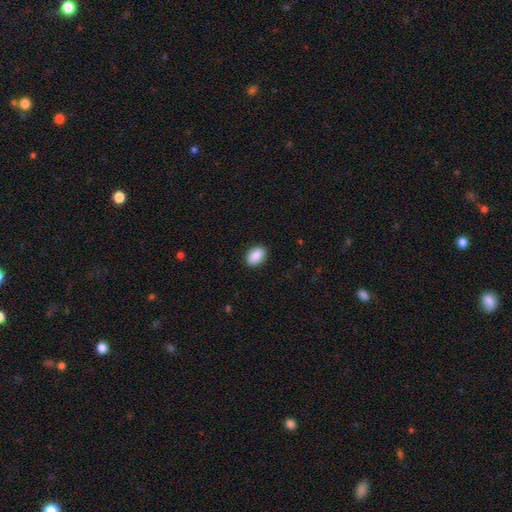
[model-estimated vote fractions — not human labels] Smooth or featured?
  - smooth: 90% *
  - star or artifact: 7%
  - featured or disk: 3%
How rounded?
  - in between: 88% *
  - round: 10%
  - cigar-shaped: 1%
Merging?
  - none: 90% *
  - minor disturbance: 8%
  - major disturbance: 2%
  - merger: 1%